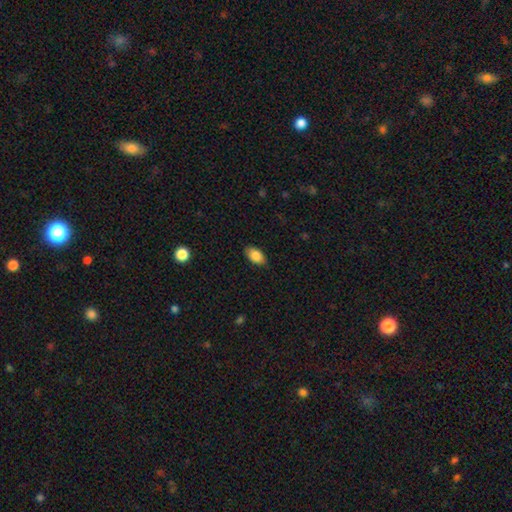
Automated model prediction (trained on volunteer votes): A smooth galaxy with no disk features (85%) that is in between round and cigar-shaped (92%). Merging: none (86%).